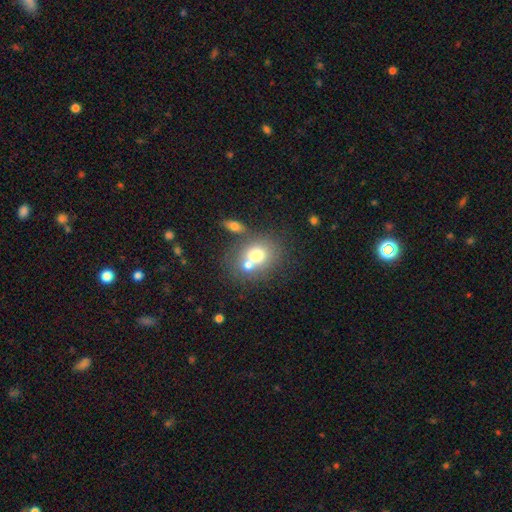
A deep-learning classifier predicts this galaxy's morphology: This appears to be a smooth galaxy with no disk features (68%) that is round (63%). Merging: merger (49%).